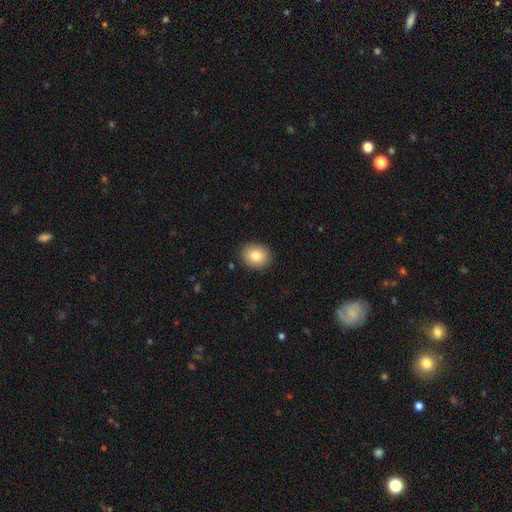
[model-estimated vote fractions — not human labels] Overall: smooth (82%). How rounded: round (63%; in between 36%). Merging: none (89%).